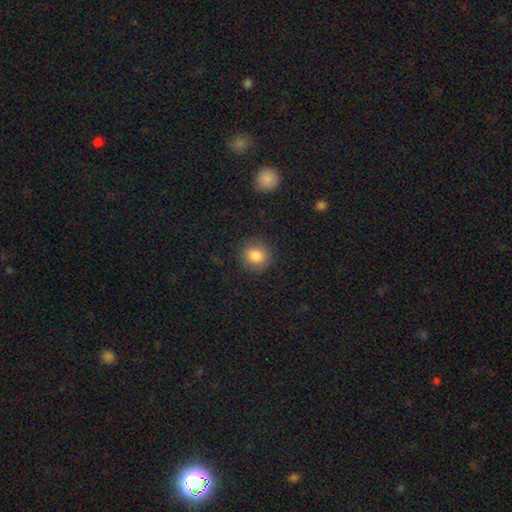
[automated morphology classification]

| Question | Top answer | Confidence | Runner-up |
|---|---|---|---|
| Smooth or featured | smooth | 84% | star or artifact (10%) |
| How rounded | round | 86% | in between (13%) |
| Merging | none | 87% | minor disturbance (9%) |